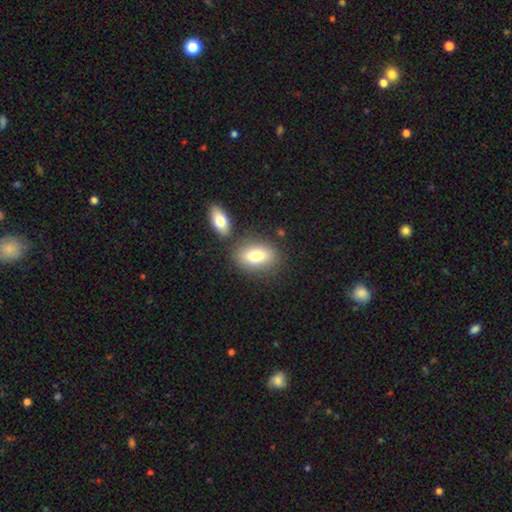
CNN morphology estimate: Q: Smooth or featured?
A: smooth (77%); runner-up: featured or disk (15%)
Q: How rounded?
A: in between (84%); runner-up: round (13%)
Q: Merging?
A: none (70%); runner-up: merger (16%)